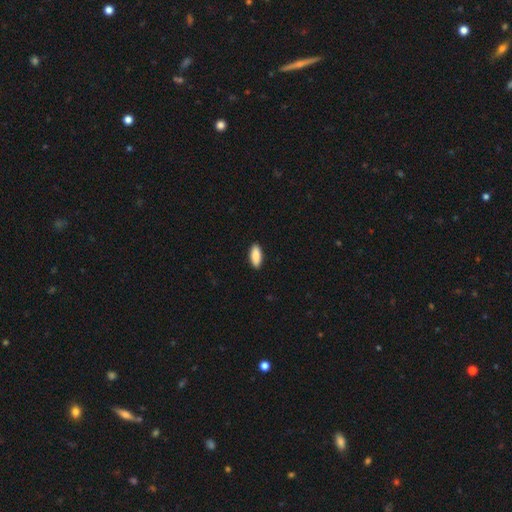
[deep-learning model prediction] A smooth galaxy with no disk features (89%) that is in between round and cigar-shaped (82%). Merging: none (90%).